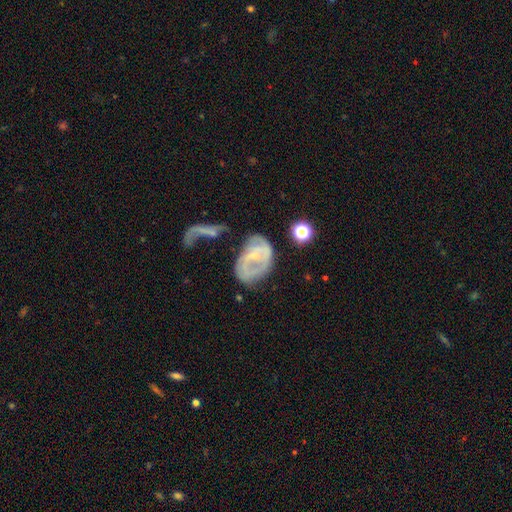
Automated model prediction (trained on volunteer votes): Smooth or featured?
  - featured or disk: 64% *
  - smooth: 27%
  - star or artifact: 9%
Edge-on disk?
  - no: 96% *
  - yes: 4%
Bar?
  - no: 48% *
  - weak: 38%
  - strong: 14%
Spiral arms?
  - yes: 65% *
  - no: 35%
Bulge size?
  - small: 54% *
  - none: 24%
  - moderate: 19%
  - large: 2%
  - dominant: 1%
Merging?
  - none: 36% *
  - major disturbance: 26%
  - minor disturbance: 23%
  - merger: 14%